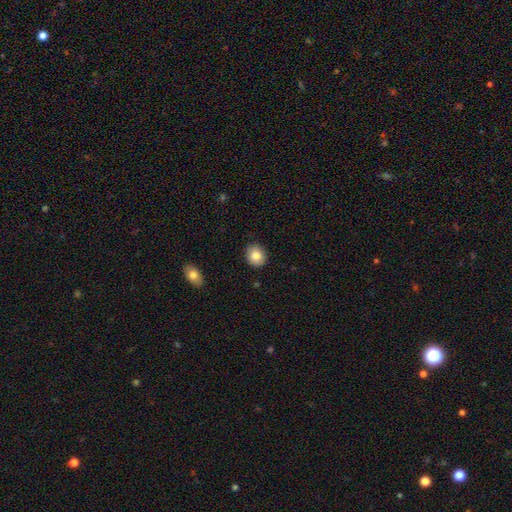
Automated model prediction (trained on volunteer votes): Q: Smooth or featured?
A: smooth (84%); runner-up: star or artifact (8%)
Q: How rounded?
A: round (67%); runner-up: in between (32%)
Q: Merging?
A: none (88%); runner-up: minor disturbance (9%)